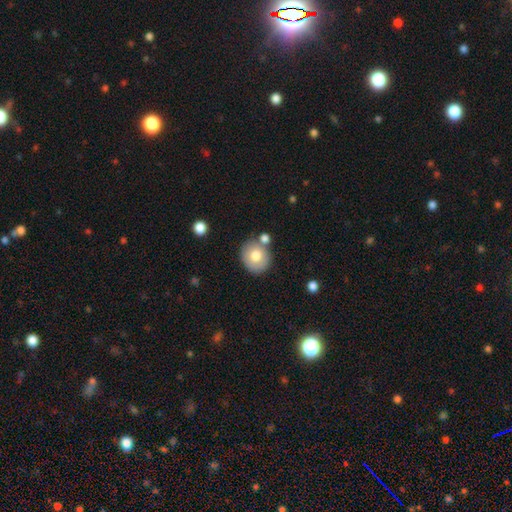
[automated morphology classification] smooth_or_featured: smooth (p=0.74) [alt: featured or disk p=0.18]
how_rounded: round (p=0.79) [alt: in between p=0.20]
merging: none (p=0.70) [alt: merger p=0.14]